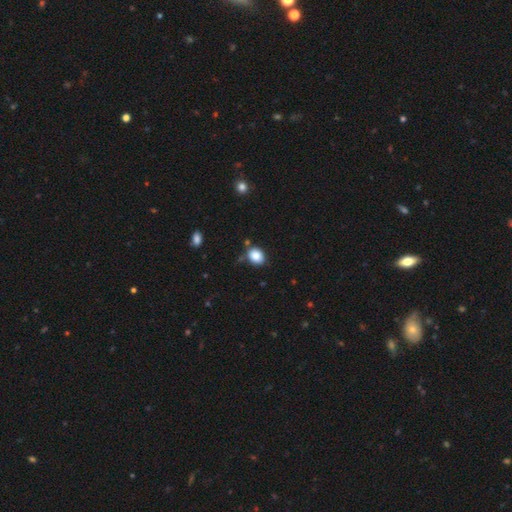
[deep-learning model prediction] This is clearly a smooth galaxy (86%). How rounded: possibly in between (54%). Merging: likely none (75%).